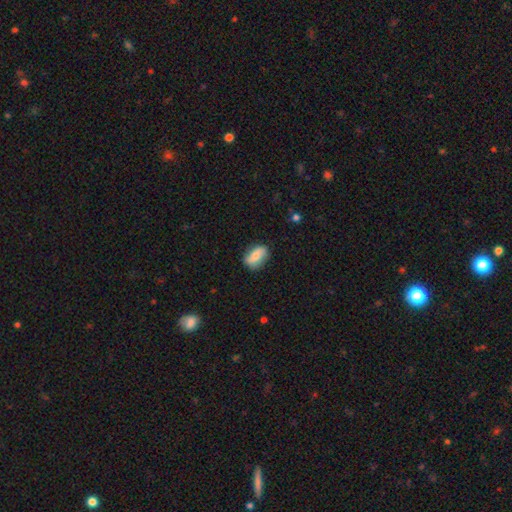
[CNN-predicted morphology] smooth-or-featured: smooth: 59% | featured or disk: 34% | star or artifact: 7%
  how-rounded: in between: 85% | round: 11% | cigar-shaped: 4%
  merging: none: 79% | minor disturbance: 16% | major disturbance: 4% | merger: 1%